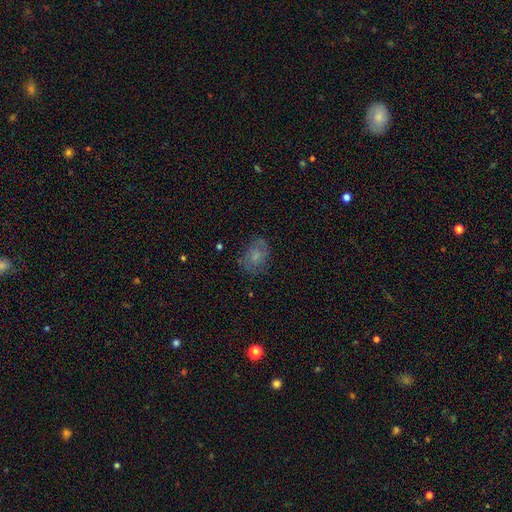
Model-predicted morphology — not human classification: smooth-or-featured: smooth: 59% | featured or disk: 28% | star or artifact: 13%
  how-rounded: in between: 71% | round: 27% | cigar-shaped: 1%
  merging: none: 68% | minor disturbance: 21% | major disturbance: 10% | merger: 2%